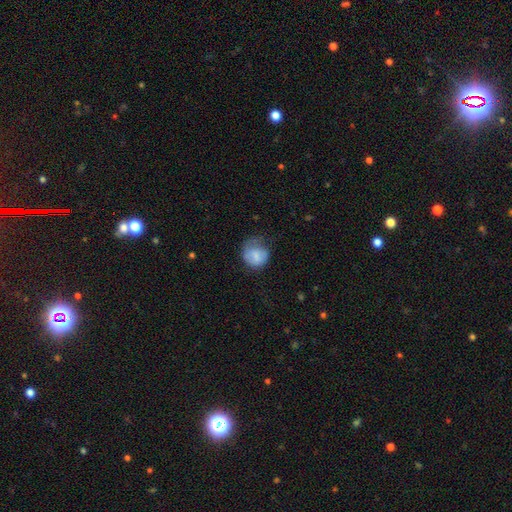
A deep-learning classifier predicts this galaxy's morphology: type=smooth (70%); roundness=round (73%); merging=none (37%).